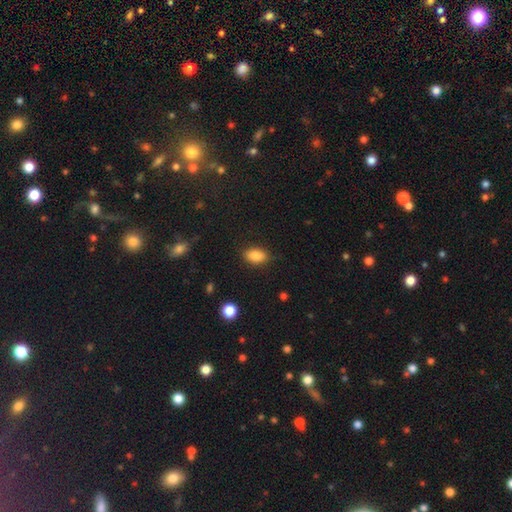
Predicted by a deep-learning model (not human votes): A smooth galaxy with no disk features (85%) that is in between round and cigar-shaped (87%). Merging: none (84%).